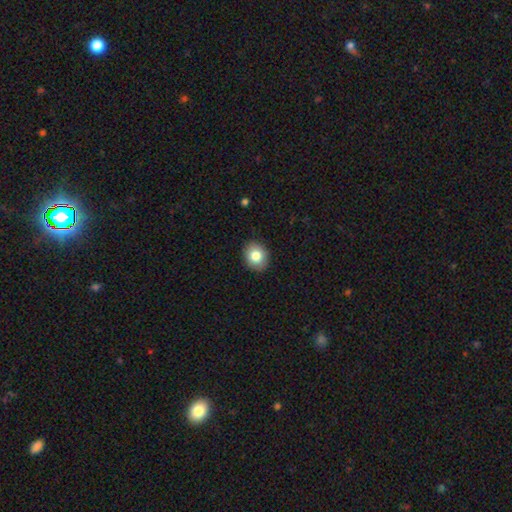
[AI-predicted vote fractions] smooth_or_featured: smooth (p=0.82) [alt: featured or disk p=0.09]
how_rounded: round (p=0.59) [alt: in between p=0.40]
merging: none (p=0.90) [alt: minor disturbance p=0.07]